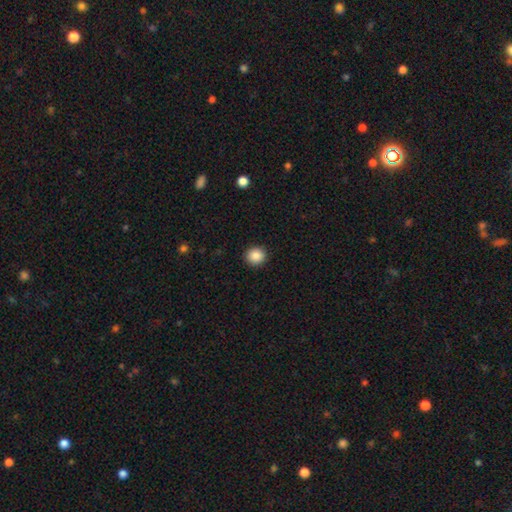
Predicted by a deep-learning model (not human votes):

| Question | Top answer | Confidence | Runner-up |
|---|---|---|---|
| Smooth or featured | smooth | 87% | star or artifact (9%) |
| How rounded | round | 91% | in between (8%) |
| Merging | none | 92% | minor disturbance (5%) |